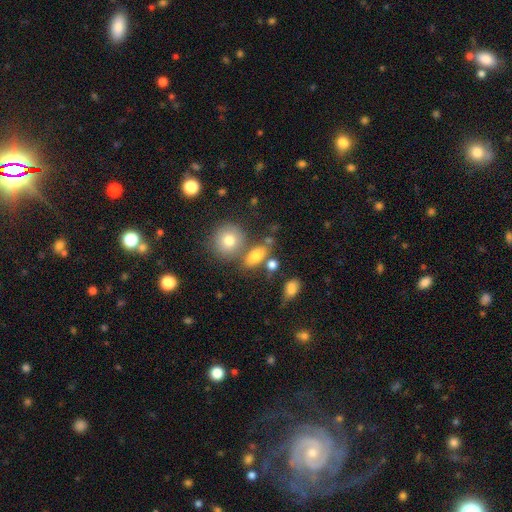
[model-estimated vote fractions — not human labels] smooth-or-featured: smooth: 76% | featured or disk: 14% | star or artifact: 11%
  how-rounded: in between: 75% | round: 16% | cigar-shaped: 8%
  merging: none: 56% | merger: 24% | minor disturbance: 14% | major disturbance: 6%